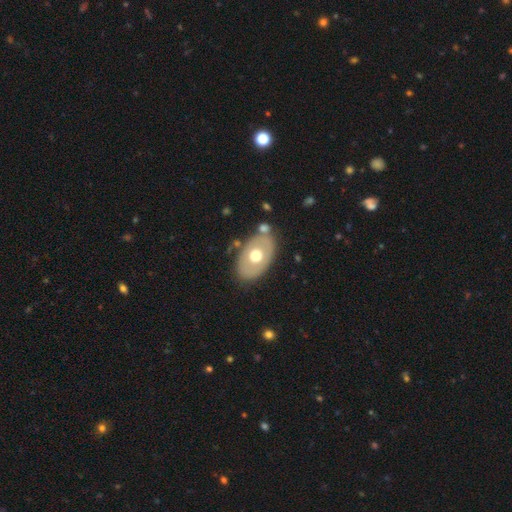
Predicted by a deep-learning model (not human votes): A smooth galaxy with no disk features (52%) that is in between round and cigar-shaped (86%).

Vote fractions:
- Smooth or featured? smooth: 52% / featured or disk: 43% / star or artifact: 6%
- How rounded? in between: 86% / round: 13% / cigar-shaped: 1%
- Merging? none: 74% / minor disturbance: 13% / merger: 8% / major disturbance: 5%